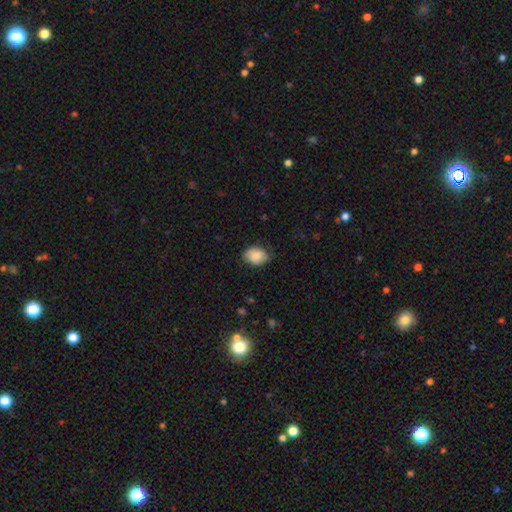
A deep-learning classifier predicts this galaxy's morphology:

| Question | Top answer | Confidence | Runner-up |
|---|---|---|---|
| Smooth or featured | smooth | 84% | featured or disk (9%) |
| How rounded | in between | 74% | round (25%) |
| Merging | none | 73% | minor disturbance (21%) |